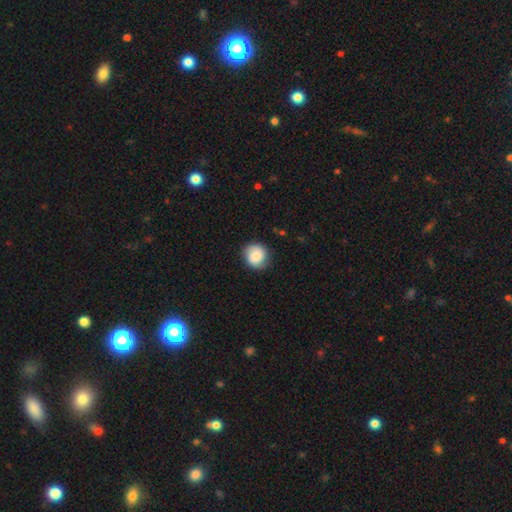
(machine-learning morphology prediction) This is clearly a smooth galaxy (82%). How rounded: clearly round (86%). Merging: clearly none (81%).